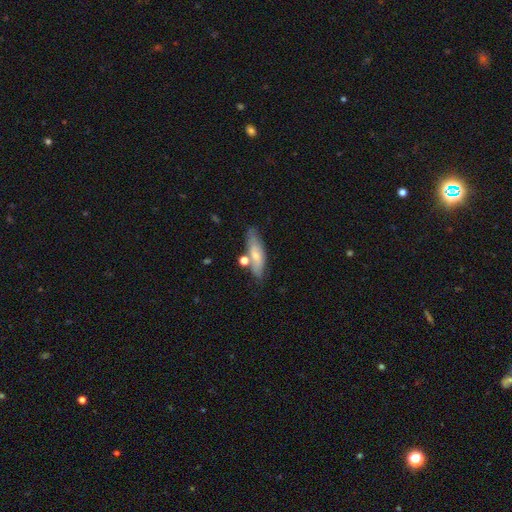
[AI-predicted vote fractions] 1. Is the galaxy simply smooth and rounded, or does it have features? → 60% smooth, 33% featured or disk, 7% star or artifact.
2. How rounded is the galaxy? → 59% in between, 37% cigar-shaped, 3% round.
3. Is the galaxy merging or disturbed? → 62% none, 19% minor disturbance, 14% merger, 5% major disturbance.